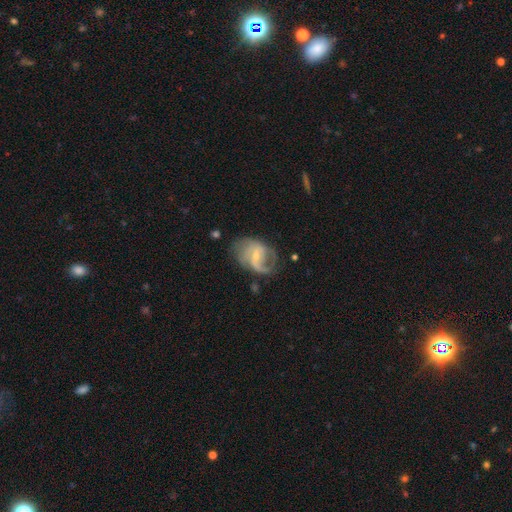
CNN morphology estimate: This appears to be a featured or disk galaxy (81%) with a weak bar (51%), 2 (55%) medium (46%) spiral arms (91%) and a small central bulge (67%). Merging: none (51%).